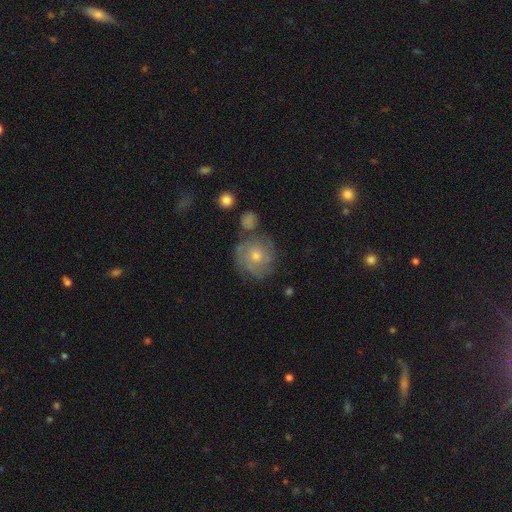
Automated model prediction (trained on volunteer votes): Smooth or featured? Predicted: featured or disk (p=0.68). Edge-on disk? Predicted: no (p=0.98). Bar? Predicted: no (p=0.81). Spiral arms? Predicted: yes (p=0.88). Spiral winding? Predicted: tight (p=0.64). Spiral arm count? Predicted: can't tell (p=0.34). Bulge size? Predicted: moderate (p=0.62). Merging? Predicted: none (p=0.72).